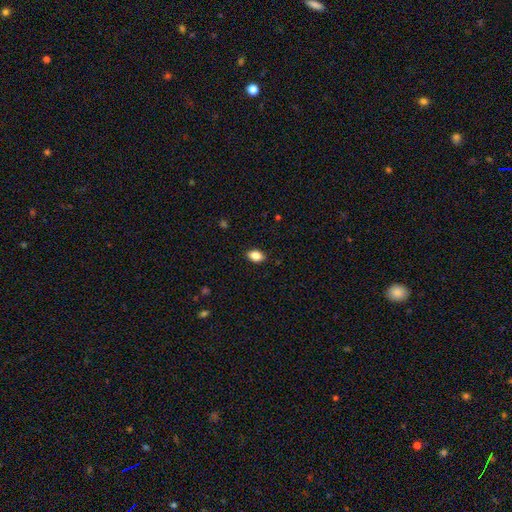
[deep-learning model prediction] This appears to be a smooth galaxy with no disk features (85%) that is in between round and cigar-shaped (87%). Merging: none (88%).